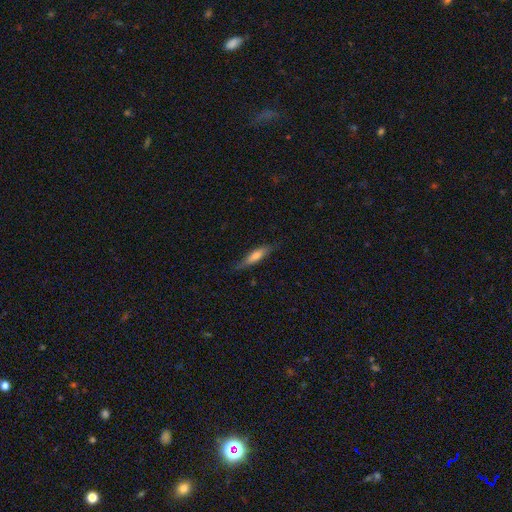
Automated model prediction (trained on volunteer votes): This appears to be a smooth galaxy with no disk features (62%) that is cigar-shaped (72%). Merging: none (73%).